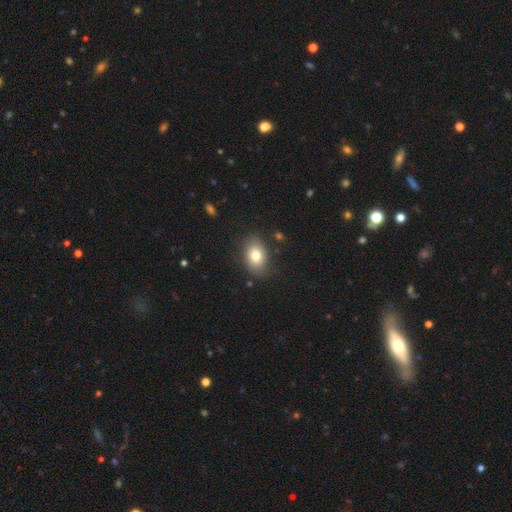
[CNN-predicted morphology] The model was most divided on "how rounded": in between: 80%, round: 19%, cigar-shaped: 1%. More confident: merging — none (82%); smooth or featured — smooth (78%).